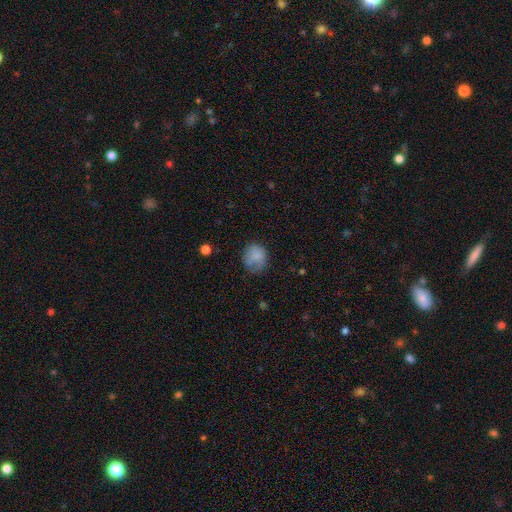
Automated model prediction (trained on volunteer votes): Overall: smooth (80%). How rounded: round (70%). Merging: none (58%; minor disturbance 28%).